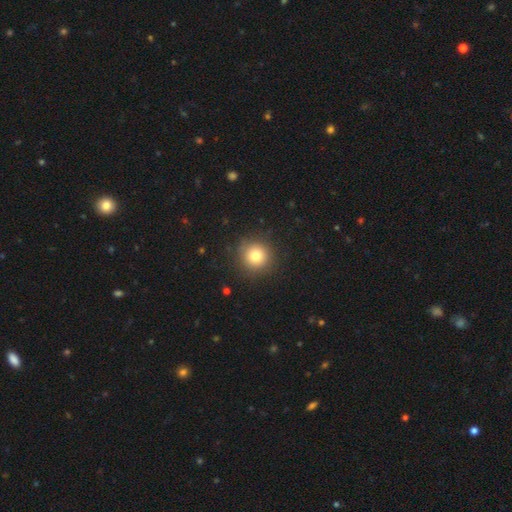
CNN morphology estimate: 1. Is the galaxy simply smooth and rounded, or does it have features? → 79% smooth, 12% star or artifact, 9% featured or disk.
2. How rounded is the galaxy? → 94% round, 5% in between, 1% cigar-shaped.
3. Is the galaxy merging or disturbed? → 88% none, 8% minor disturbance, 3% major disturbance, 1% merger.